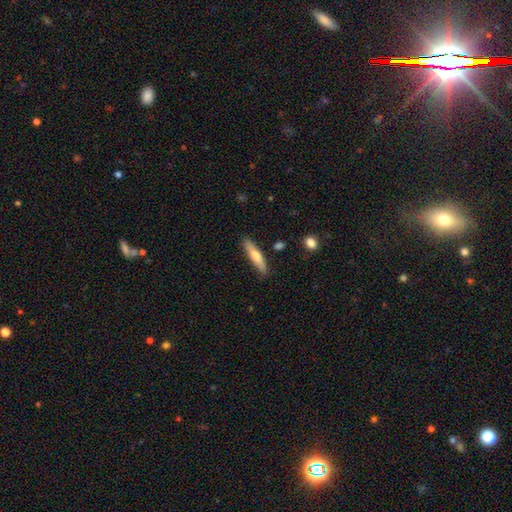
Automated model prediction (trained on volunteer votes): Smooth or featured? Predicted: smooth (p=0.57). How rounded? Predicted: cigar-shaped (p=0.83). Merging? Predicted: none (p=0.86).